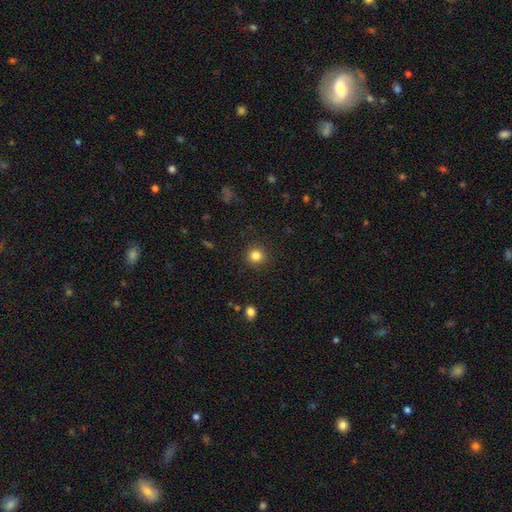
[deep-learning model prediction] A smooth galaxy with no disk features (84%) that is round (93%). Merging: none (91%).